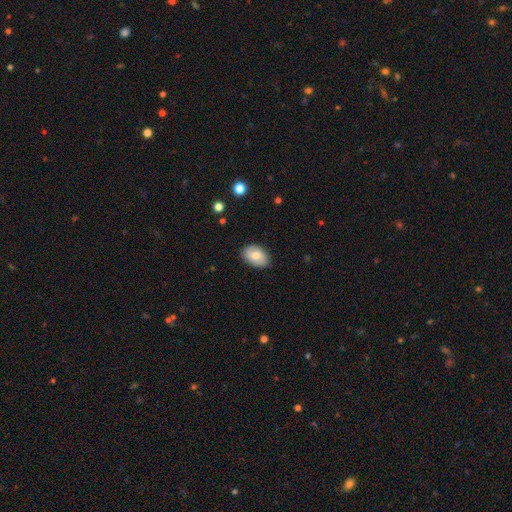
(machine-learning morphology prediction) Overall: smooth (68%). How rounded: in between (87%). Merging: none (83%).